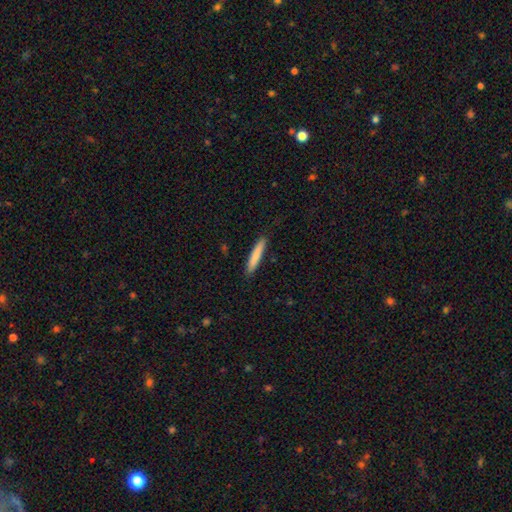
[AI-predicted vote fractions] The model was most divided on "smooth or featured": smooth: 82%, featured or disk: 13%, star or artifact: 5%. More confident: how rounded — cigar-shaped (92%); merging — none (89%).